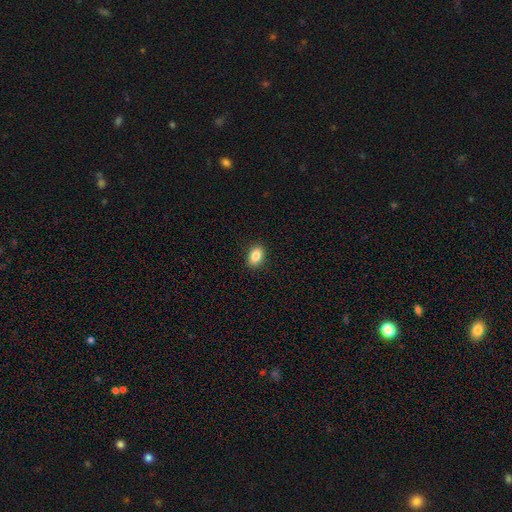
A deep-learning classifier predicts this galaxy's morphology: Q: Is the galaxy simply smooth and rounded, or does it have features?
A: smooth — 85%.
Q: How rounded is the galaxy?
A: in between — 85%.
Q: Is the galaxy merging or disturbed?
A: none — 90%.